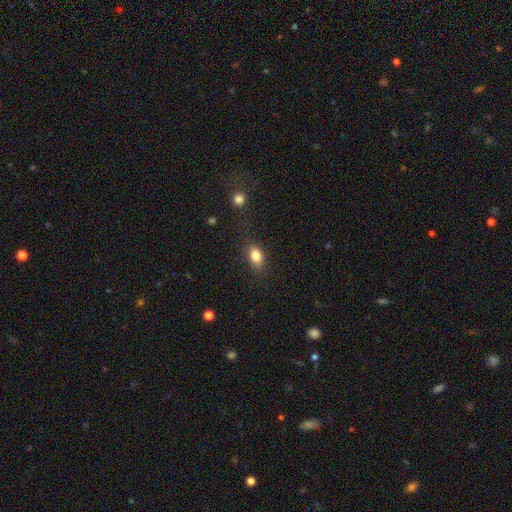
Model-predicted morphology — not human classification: type=smooth (83%); roundness=in between (79%); merging=none (80%).